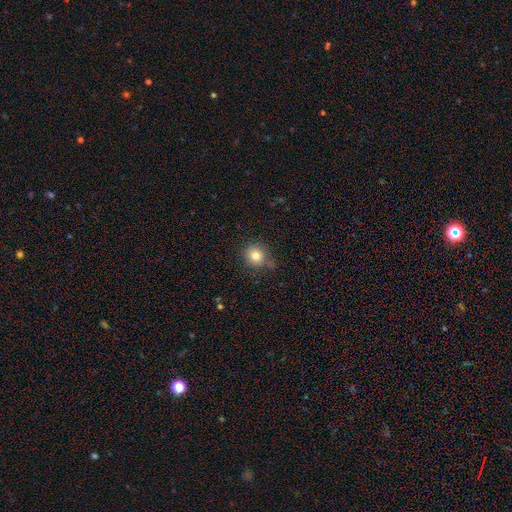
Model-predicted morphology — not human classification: A smooth galaxy with no disk features (80%) that is round (89%).

Vote fractions:
- Smooth or featured? smooth: 80% / star or artifact: 12% / featured or disk: 8%
- How rounded? round: 89% / in between: 11% / cigar-shaped: 1%
- Merging? none: 77% / minor disturbance: 17% / major disturbance: 4% / merger: 3%